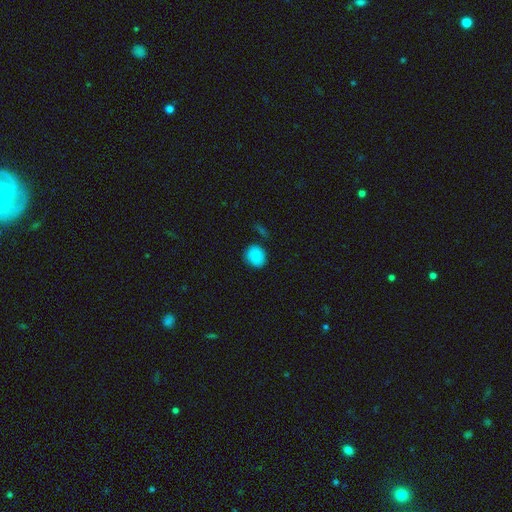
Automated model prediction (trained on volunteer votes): Q: Smooth or featured?
A: smooth (86%); runner-up: star or artifact (8%)
Q: How rounded?
A: round (72%); runner-up: in between (27%)
Q: Merging?
A: none (80%); runner-up: minor disturbance (14%)